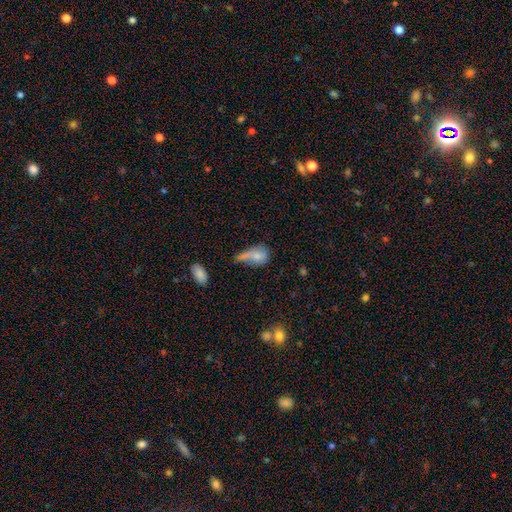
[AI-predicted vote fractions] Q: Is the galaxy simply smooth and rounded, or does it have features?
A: smooth — 70%.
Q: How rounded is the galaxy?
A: in between — 75%.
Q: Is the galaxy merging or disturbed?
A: major disturbance — 32%.